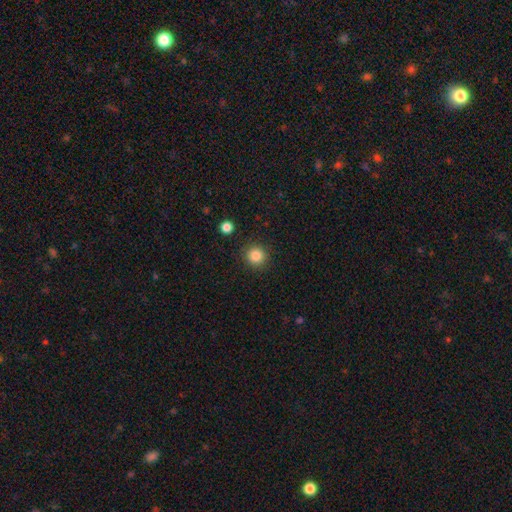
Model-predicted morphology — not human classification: This is clearly a smooth galaxy (85%). How rounded: clearly round (93%). Merging: clearly none (90%).